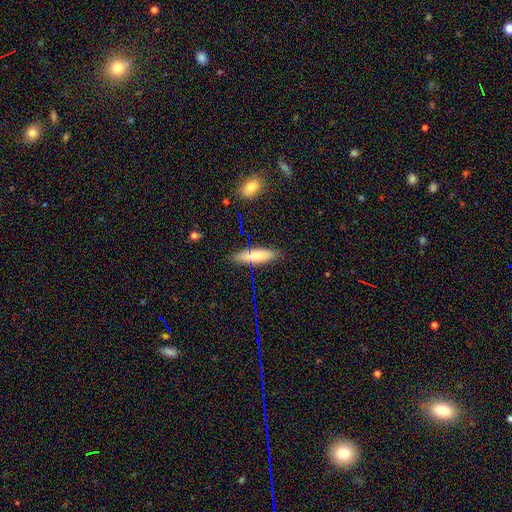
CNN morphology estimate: Smooth or featured? Predicted: smooth (p=0.66). How rounded? Predicted: cigar-shaped (p=0.61). Merging? Predicted: none (p=0.85).